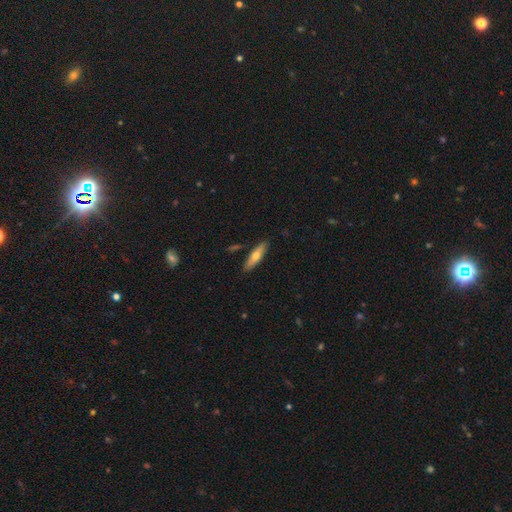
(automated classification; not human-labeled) Q: Smooth or featured?
A: smooth (57%); runner-up: featured or disk (37%)
Q: How rounded?
A: cigar-shaped (70%); runner-up: in between (28%)
Q: Merging?
A: none (87%); runner-up: minor disturbance (9%)